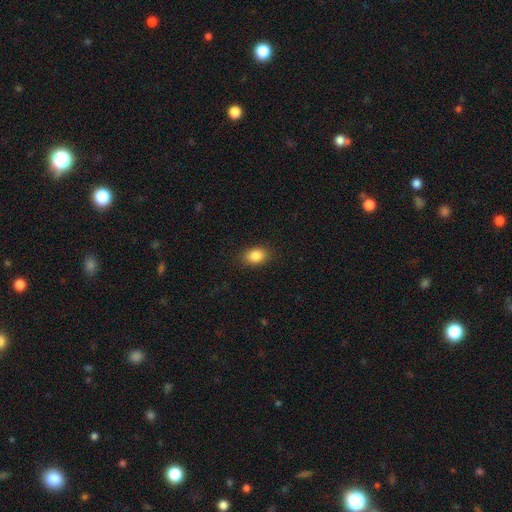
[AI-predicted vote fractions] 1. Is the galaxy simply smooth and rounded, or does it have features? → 86% smooth, 9% star or artifact, 5% featured or disk.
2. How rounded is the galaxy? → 78% in between, 21% round, 1% cigar-shaped.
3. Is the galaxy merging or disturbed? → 88% none, 9% minor disturbance, 3% major disturbance, 1% merger.